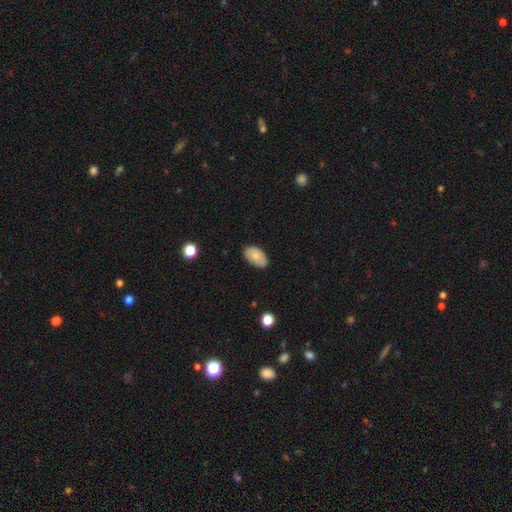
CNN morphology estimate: smooth 78%, featured or disk 15%, star or artifact 7%. Down the decision tree: how rounded — in between (93%); merging — none (80%).